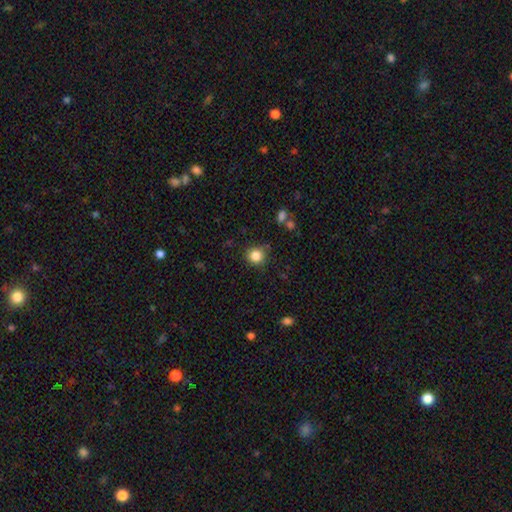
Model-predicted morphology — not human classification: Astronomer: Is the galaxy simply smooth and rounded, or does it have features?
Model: smooth — 84%.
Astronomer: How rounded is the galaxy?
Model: round — 90%.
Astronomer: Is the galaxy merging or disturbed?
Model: none — 82%.